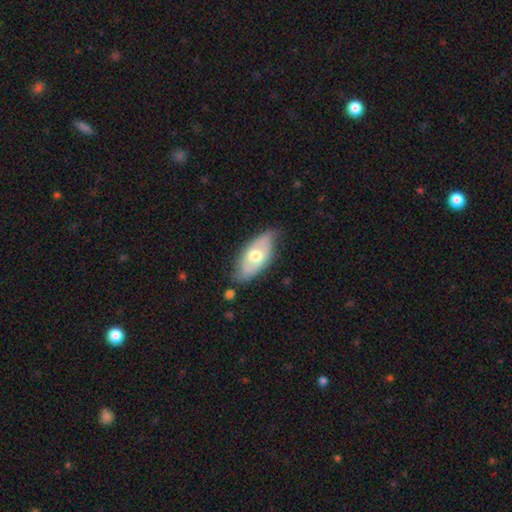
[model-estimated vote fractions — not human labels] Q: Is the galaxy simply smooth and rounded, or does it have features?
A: smooth — 49%.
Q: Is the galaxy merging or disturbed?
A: none — 66%.